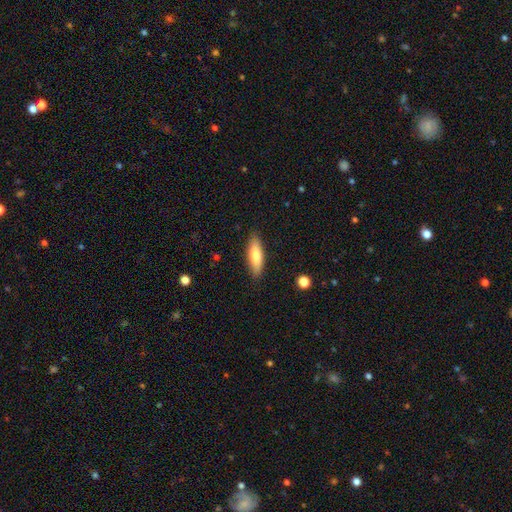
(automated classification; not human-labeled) The model was most divided on "how rounded": cigar-shaped: 52%, in between: 46%, round: 2%. More confident: merging — none (86%); smooth or featured — smooth (75%).